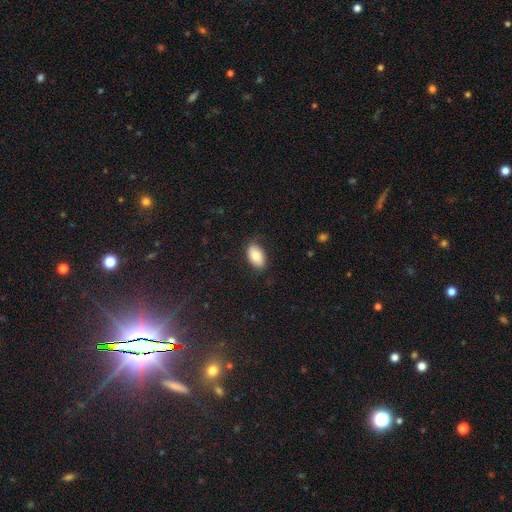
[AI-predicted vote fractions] This is clearly a smooth galaxy (81%). How rounded: clearly in between (92%). Merging: clearly none (82%).